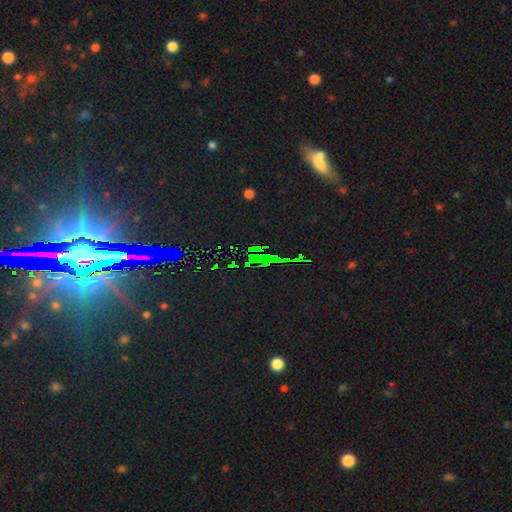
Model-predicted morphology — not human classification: A star or artifact, not a galaxy (79%).

Vote fractions:
- Smooth or featured? star or artifact: 79% / smooth: 13% / featured or disk: 8%